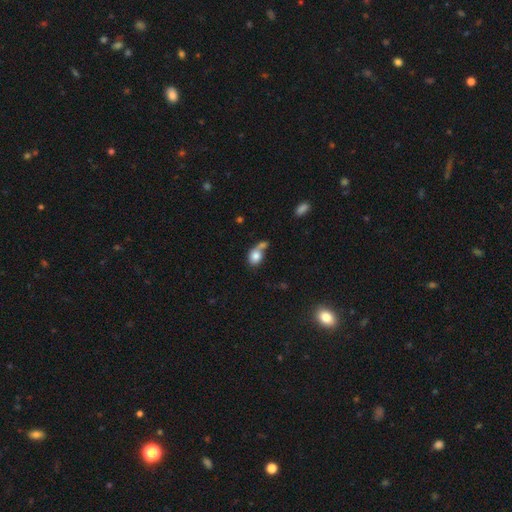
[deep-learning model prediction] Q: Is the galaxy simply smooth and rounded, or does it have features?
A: smooth — 80%.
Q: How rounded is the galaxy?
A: in between — 55%.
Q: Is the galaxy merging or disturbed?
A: merger — 47%.